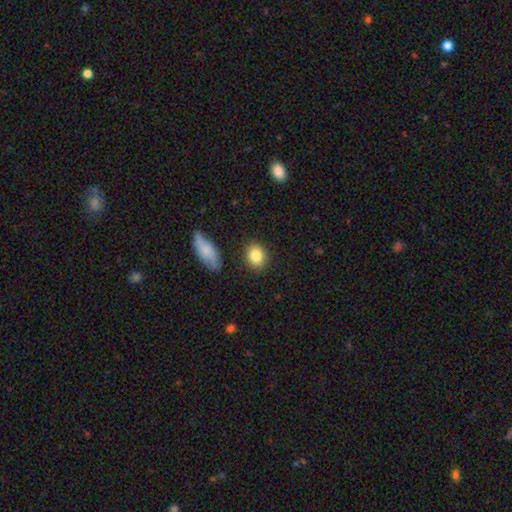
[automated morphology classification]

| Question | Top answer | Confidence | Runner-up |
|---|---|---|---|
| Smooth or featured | smooth | 85% | star or artifact (8%) |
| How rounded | in between | 51% | round (47%) |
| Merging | none | 86% | minor disturbance (9%) |